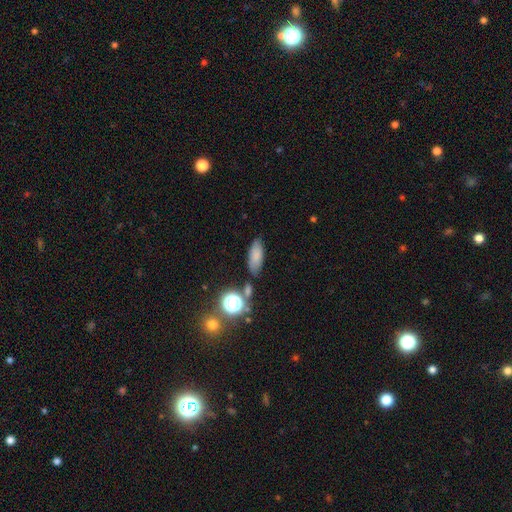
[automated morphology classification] Overall: smooth (76%). How rounded: in between (74%). Merging: none (73%).